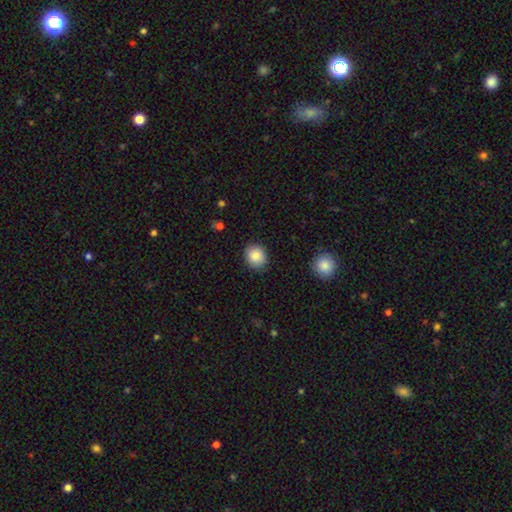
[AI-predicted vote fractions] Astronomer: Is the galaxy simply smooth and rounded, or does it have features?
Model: smooth — 87%.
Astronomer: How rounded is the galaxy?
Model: round — 67%.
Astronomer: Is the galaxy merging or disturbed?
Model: none — 86%.